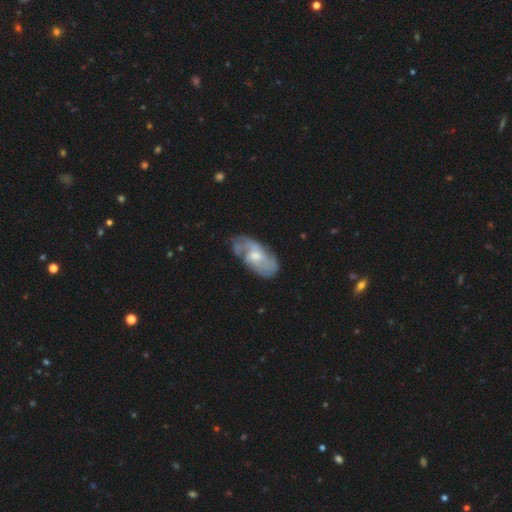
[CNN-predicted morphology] Q: Smooth or featured?
A: featured or disk (71%); runner-up: smooth (24%)
Q: Edge-on disk?
A: no (94%); runner-up: yes (6%)
Q: Bar?
A: weak (48%); runner-up: no (41%)
Q: Spiral arms?
A: yes (82%); runner-up: no (18%)
Q: Spiral winding?
A: medium (41%); runner-up: tight (37%)
Q: Spiral arm count?
A: can't tell (40%); runner-up: 2 (32%)
Q: Bulge size?
A: moderate (51%); runner-up: small (36%)
Q: Merging?
A: none (55%); runner-up: minor disturbance (27%)